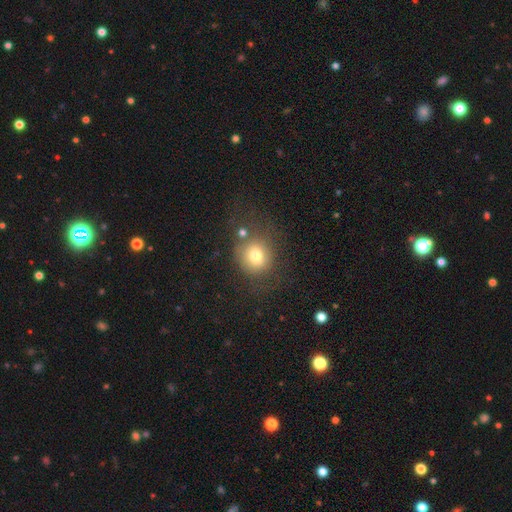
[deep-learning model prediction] Smooth or featured? smooth (75%)
How rounded? round (77%)
Merging? none (65%)